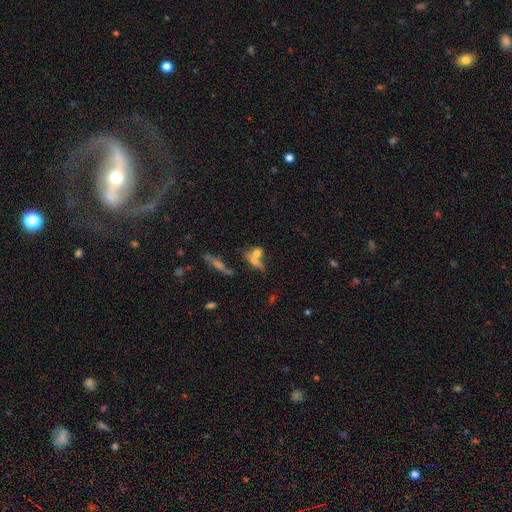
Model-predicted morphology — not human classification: smooth 62%, featured or disk 24%, star or artifact 15%. Down the decision tree: how rounded — in between (46%); merging — merger (50%).